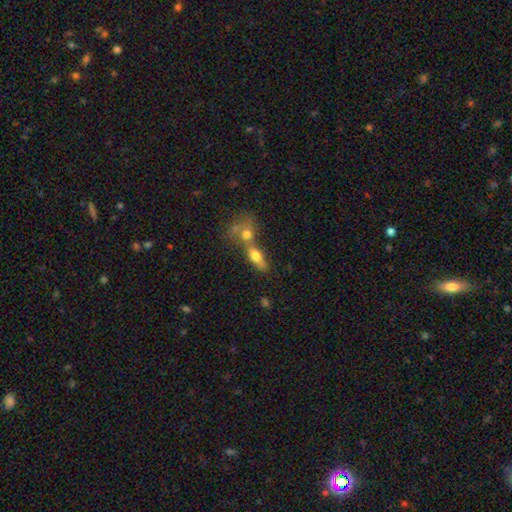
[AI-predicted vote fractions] Smooth or featured?
  - smooth: 66% *
  - featured or disk: 24%
  - star or artifact: 10%
How rounded?
  - in between: 65% *
  - cigar-shaped: 22%
  - round: 13%
Merging?
  - merger: 57% *
  - none: 28%
  - minor disturbance: 9%
  - major disturbance: 6%